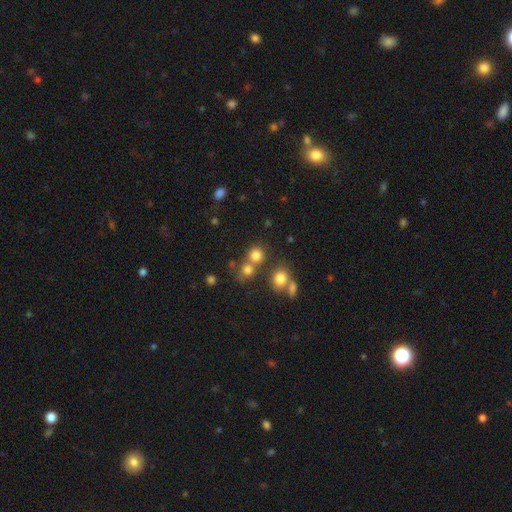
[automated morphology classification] smooth-or-featured: smooth: 77% | star or artifact: 15% | featured or disk: 8%
  how-rounded: round: 86% | in between: 13% | cigar-shaped: 1%
  merging: none: 58% | merger: 31% | minor disturbance: 8% | major disturbance: 4%